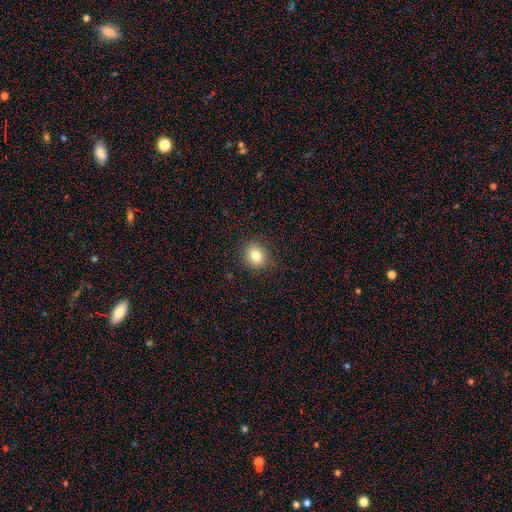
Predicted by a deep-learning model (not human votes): Smooth or featured?
  - smooth: 81% *
  - star or artifact: 12%
  - featured or disk: 8%
How rounded?
  - round: 81% *
  - in between: 18%
  - cigar-shaped: 1%
Merging?
  - none: 88% *
  - minor disturbance: 8%
  - major disturbance: 2%
  - merger: 1%